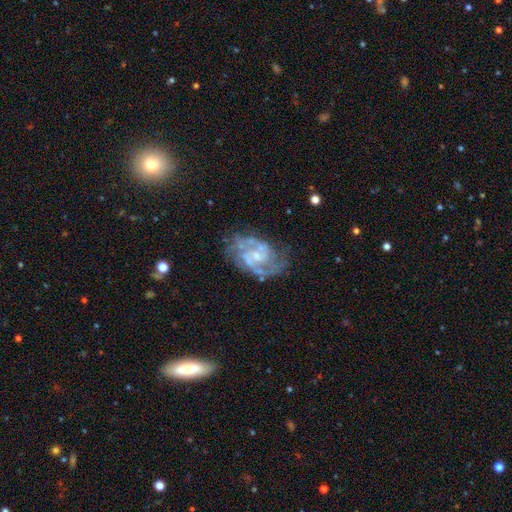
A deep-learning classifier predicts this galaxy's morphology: Q: Smooth or featured?
A: featured or disk (86%); runner-up: smooth (8%)
Q: Edge-on disk?
A: no (98%); runner-up: yes (2%)
Q: Bar?
A: no (50%); runner-up: weak (42%)
Q: Spiral arms?
A: yes (93%); runner-up: no (7%)
Q: Spiral winding?
A: medium (49%); runner-up: tight (36%)
Q: Spiral arm count?
A: 2 (63%); runner-up: can't tell (16%)
Q: Bulge size?
A: small (59%); runner-up: moderate (25%)
Q: Merging?
A: none (63%); runner-up: minor disturbance (20%)